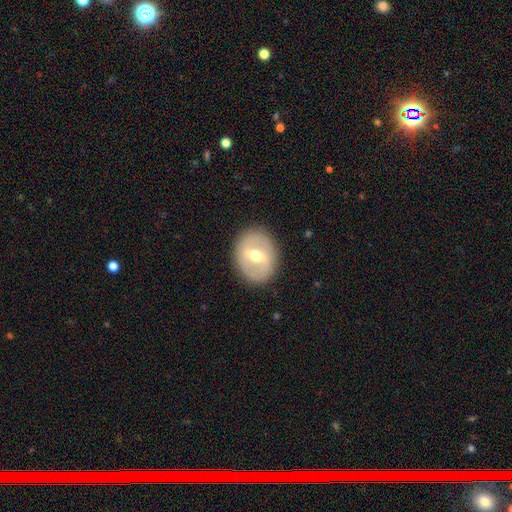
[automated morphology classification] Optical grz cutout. It shows a featured or disk galaxy (59%) with a strong bar (43%, tied with weak), no spiral arms (73%) and a moderate central bulge (71%). Merging: none (87%).